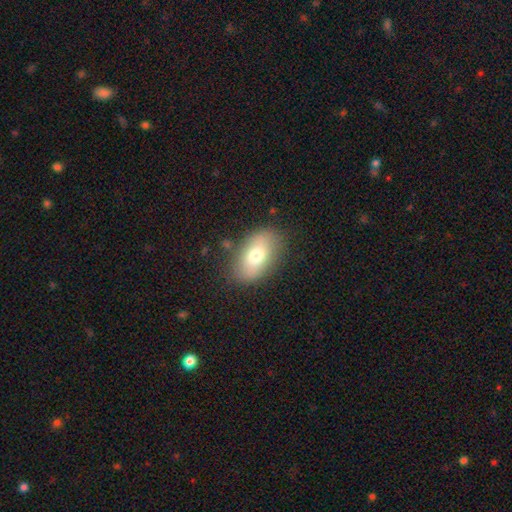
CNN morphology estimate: Smooth or featured? Predicted: smooth (p=0.71). How rounded? Predicted: in between (p=0.89). Merging? Predicted: none (p=0.81).